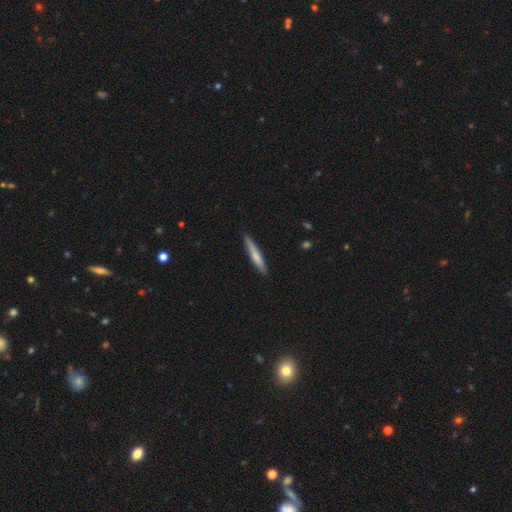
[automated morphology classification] The model was most divided on "smooth or featured": smooth: 66%, featured or disk: 28%, star or artifact: 5%. More confident: how rounded — cigar-shaped (94%); merging — none (89%).